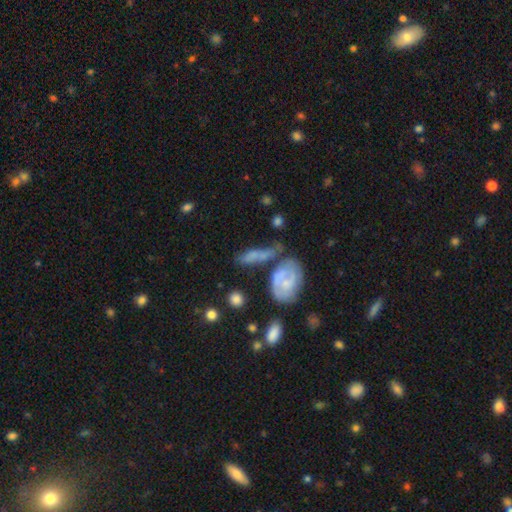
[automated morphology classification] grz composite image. It shows a smooth galaxy with no disk features (51%) that is in between round and cigar-shaped (54%). Merging: none (41%).